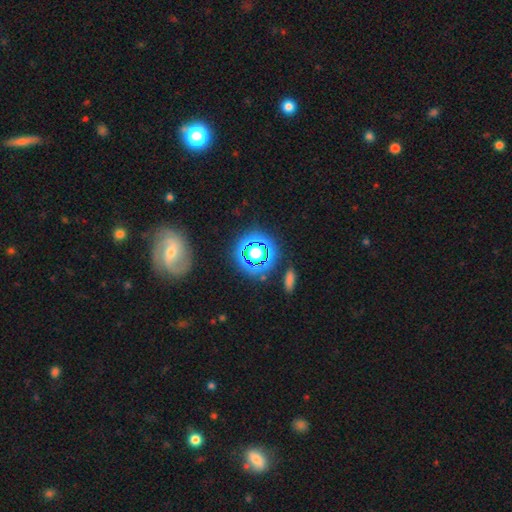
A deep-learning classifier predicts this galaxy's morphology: Smooth or featured? Predicted: star or artifact (p=0.55).